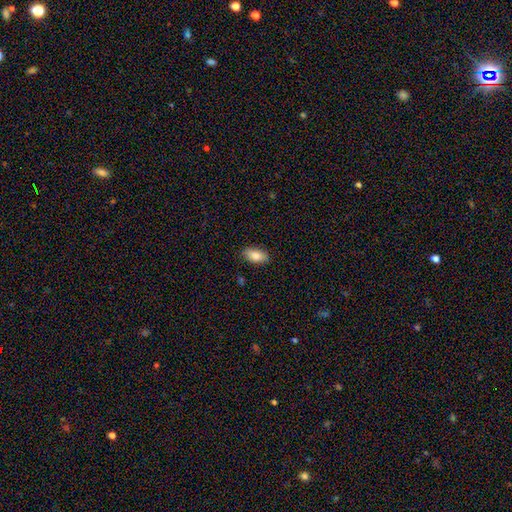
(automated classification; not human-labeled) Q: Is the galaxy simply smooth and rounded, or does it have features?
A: smooth — 85%.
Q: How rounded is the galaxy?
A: in between — 90%.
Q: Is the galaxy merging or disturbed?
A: none — 86%.